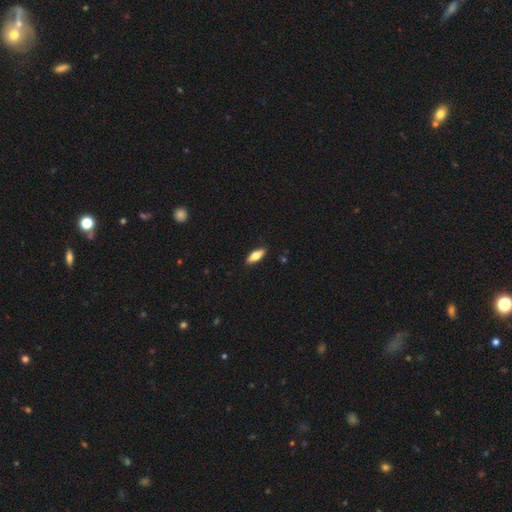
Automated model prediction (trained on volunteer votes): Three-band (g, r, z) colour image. It shows a smooth galaxy with no disk features (68%) that is in between round and cigar-shaped (67%). Merging: none (89%).